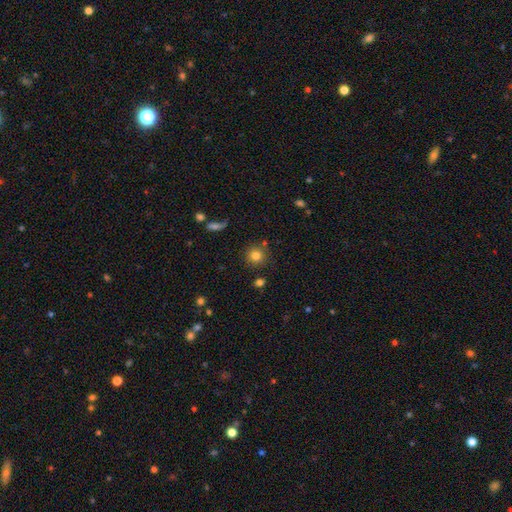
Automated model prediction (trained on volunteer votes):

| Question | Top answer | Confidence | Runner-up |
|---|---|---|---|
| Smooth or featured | smooth | 81% | star or artifact (12%) |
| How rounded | round | 93% | in between (6%) |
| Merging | none | 85% | minor disturbance (7%) |